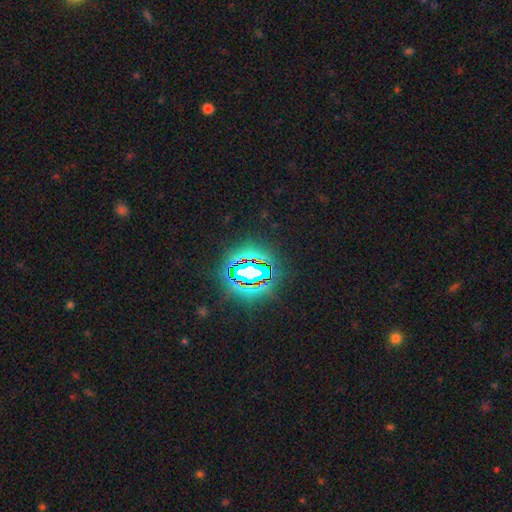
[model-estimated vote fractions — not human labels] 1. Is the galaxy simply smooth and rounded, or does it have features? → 77% star or artifact, 13% smooth, 10% featured or disk.